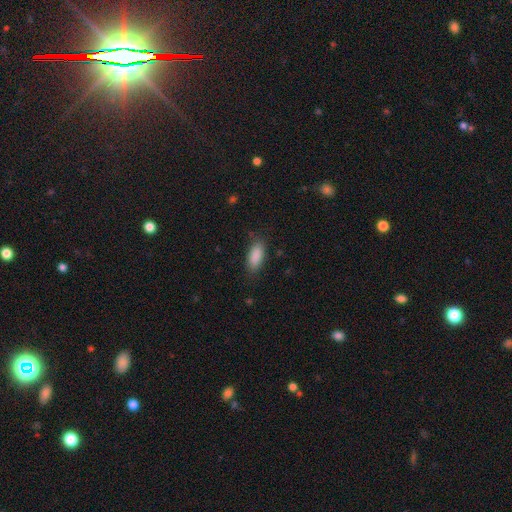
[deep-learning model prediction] A smooth galaxy with no disk features (89%) that is in between round and cigar-shaped (85%).

Vote fractions:
- Smooth or featured? smooth: 89% / star or artifact: 7% / featured or disk: 4%
- How rounded? in between: 85% / cigar-shaped: 13% / round: 2%
- Merging? none: 83% / minor disturbance: 13% / major disturbance: 3% / merger: 1%